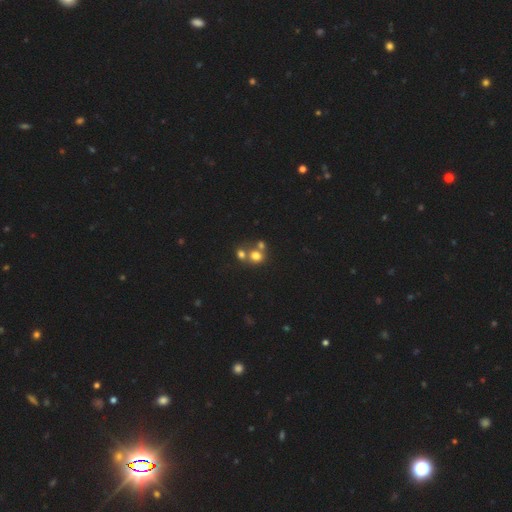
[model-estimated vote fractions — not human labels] This is likely a smooth galaxy (69%). How rounded: likely round (73%). Merging: possibly merger (49%).